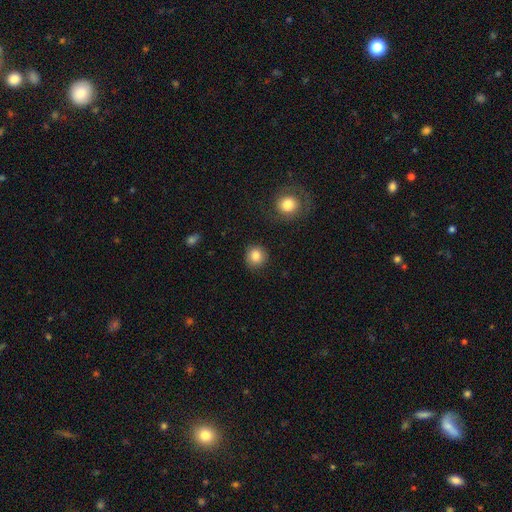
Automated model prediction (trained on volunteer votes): smooth 85%, star or artifact 9%, featured or disk 6%. Down the decision tree: how rounded — round (92%); merging — none (88%).